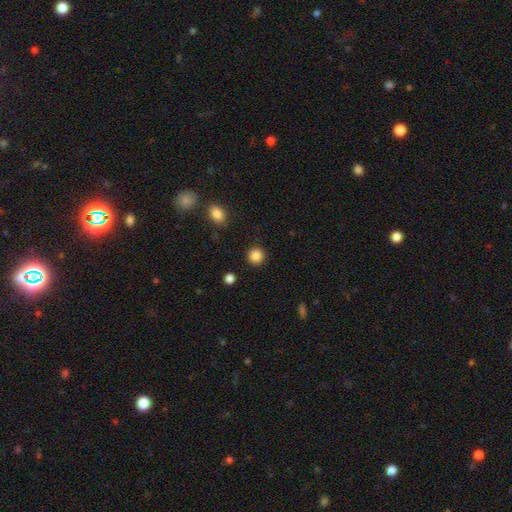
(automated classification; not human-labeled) This appears to be a smooth galaxy with no disk features (86%) that is round (93%). Merging: none (91%).